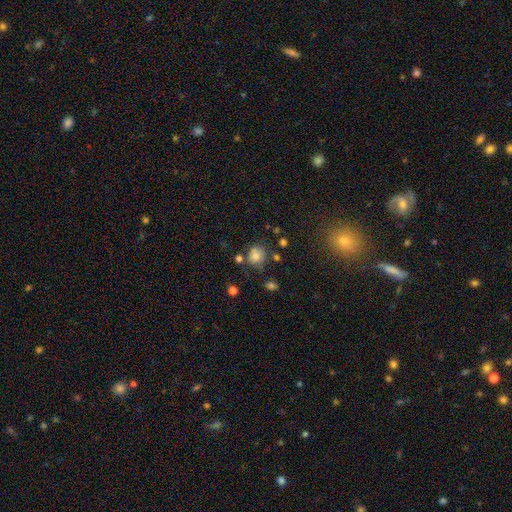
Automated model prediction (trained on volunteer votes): Overall: smooth (77%). How rounded: round (76%). Merging: none (65%).